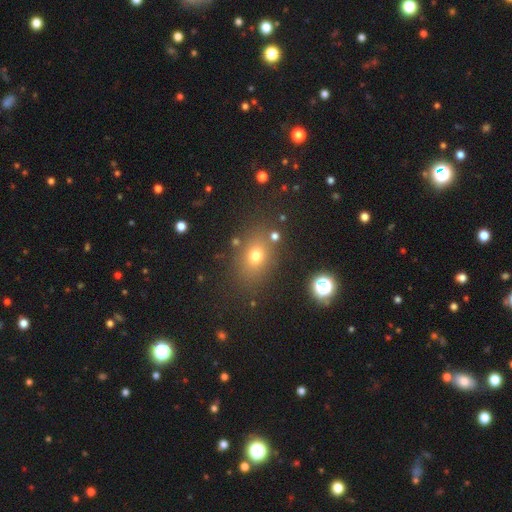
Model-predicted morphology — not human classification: This appears to be a smooth galaxy with no disk features (70%) that is in between round and cigar-shaped (58%). Merging: none (79%).